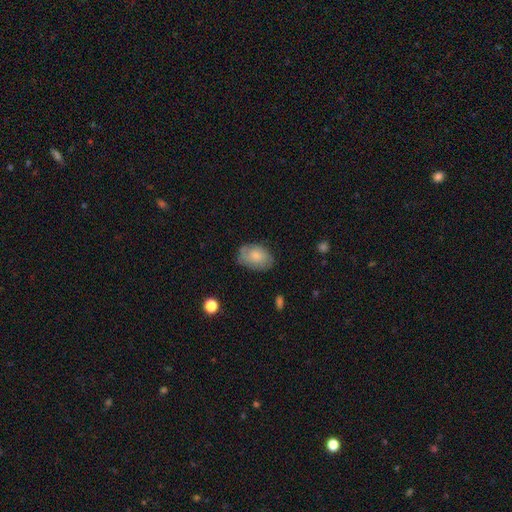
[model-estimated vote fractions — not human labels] Smooth or featured: smooth — 70% (featured or disk — 23%)
How rounded: in between — 83% (round — 16%)
Merging: none — 67% (minor disturbance — 24%)